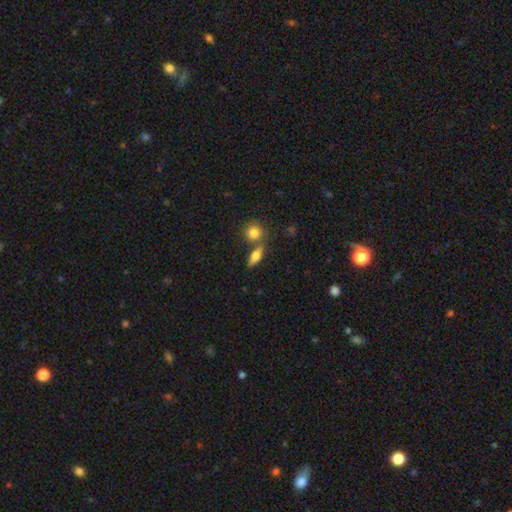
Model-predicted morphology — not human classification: Q: Smooth or featured?
A: smooth (67%); runner-up: featured or disk (25%)
Q: How rounded?
A: in between (60%); runner-up: cigar-shaped (29%)
Q: Merging?
A: none (66%); runner-up: merger (20%)